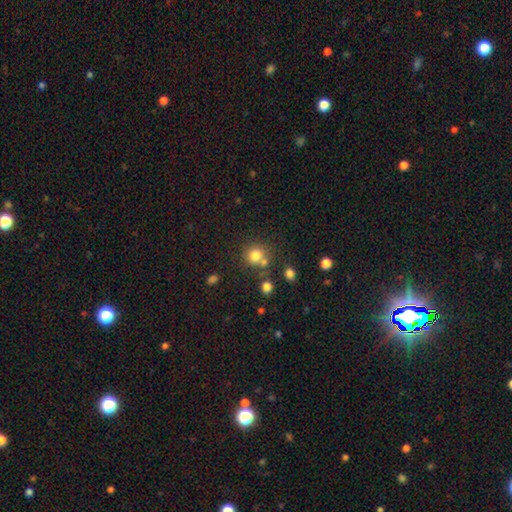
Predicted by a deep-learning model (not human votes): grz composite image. It shows a smooth galaxy with no disk features (79%) that is round (86%). Merging: none (62%).